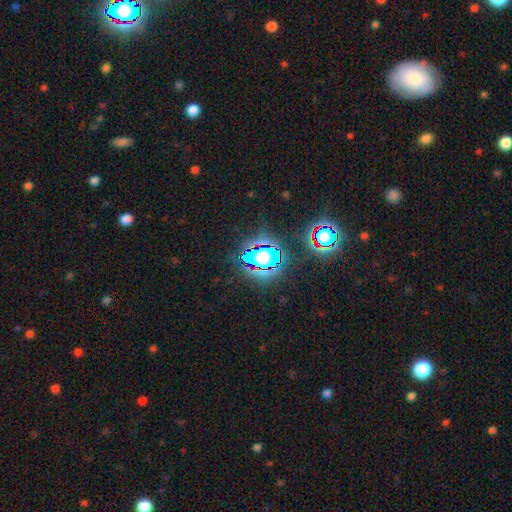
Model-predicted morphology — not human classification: A star or artifact, not a galaxy (64%).